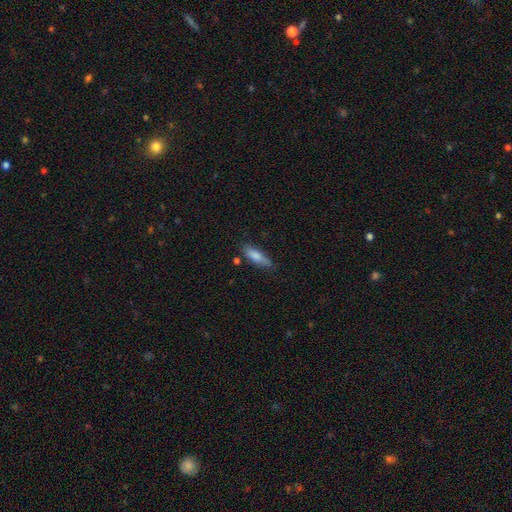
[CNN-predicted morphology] Smooth or featured? Predicted: smooth (p=0.79). How rounded? Predicted: cigar-shaped (p=0.53). Merging? Predicted: none (p=0.72).